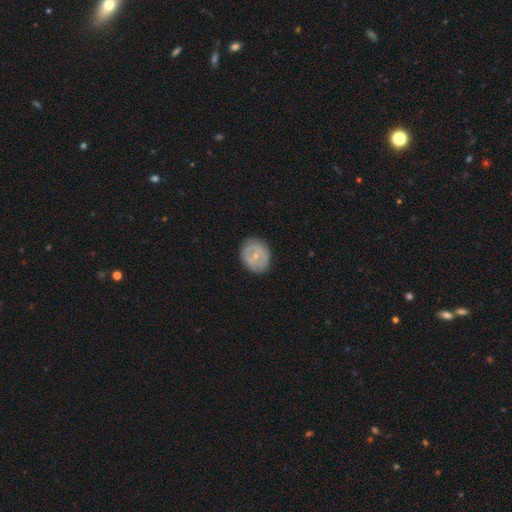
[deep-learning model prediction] smooth_or_featured: featured or disk (p=0.49) [alt: smooth p=0.45]
merging: none (p=0.82) [alt: minor disturbance p=0.13]